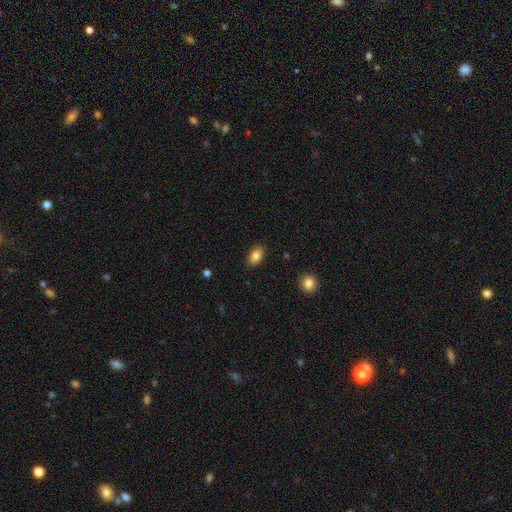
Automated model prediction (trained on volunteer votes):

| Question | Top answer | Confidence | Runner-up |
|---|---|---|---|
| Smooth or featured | smooth | 85% | star or artifact (8%) |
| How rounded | in between | 87% | round (12%) |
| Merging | none | 88% | minor disturbance (9%) |